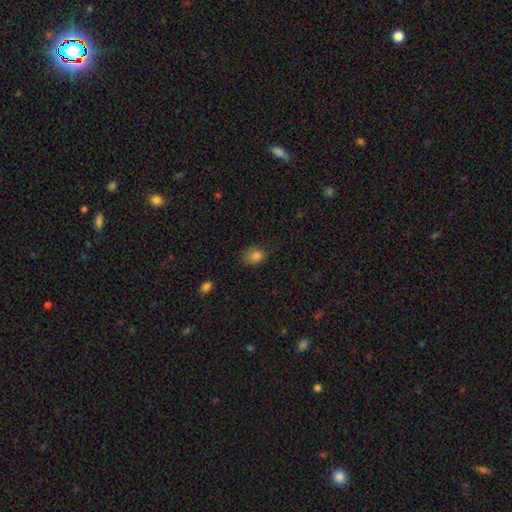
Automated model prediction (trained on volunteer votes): The model was most divided on "how rounded": in between: 64%, round: 35%, cigar-shaped: 1%. More confident: smooth or featured — smooth (83%); merging — none (69%).